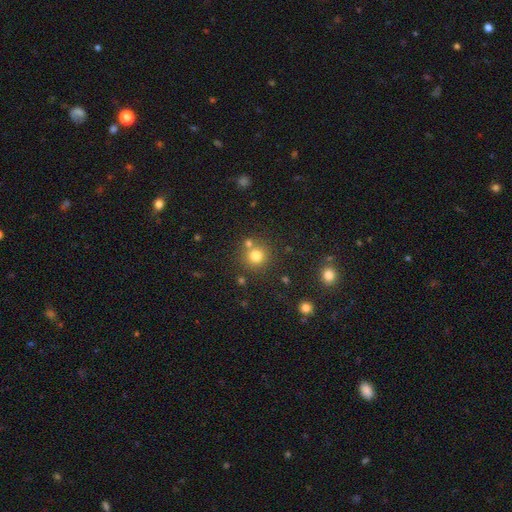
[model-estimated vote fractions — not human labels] A smooth galaxy with no disk features (78%) that is round (92%).

Vote fractions:
- Smooth or featured? smooth: 78% / star or artifact: 14% / featured or disk: 8%
- How rounded? round: 92% / in between: 7% / cigar-shaped: 1%
- Merging? none: 74% / merger: 15% / minor disturbance: 8% / major disturbance: 3%